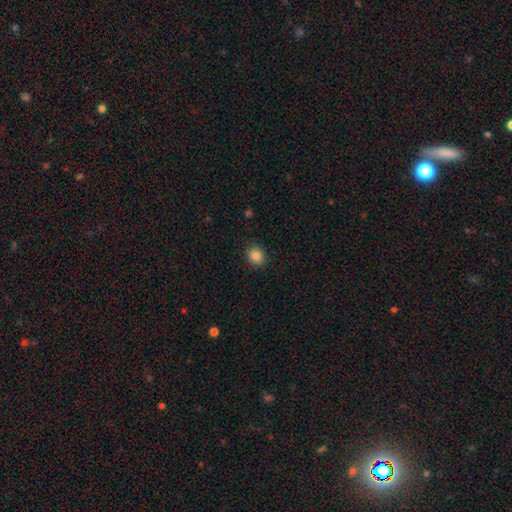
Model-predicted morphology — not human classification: A smooth galaxy with no disk features (86%) that is round (62%).

Vote fractions:
- Smooth or featured? smooth: 86% / star or artifact: 10% / featured or disk: 5%
- How rounded? round: 62% / in between: 37% / cigar-shaped: 1%
- Merging? none: 89% / minor disturbance: 8% / major disturbance: 2% / merger: 1%